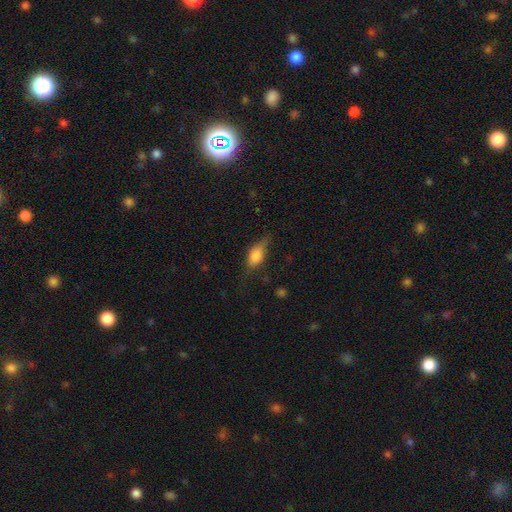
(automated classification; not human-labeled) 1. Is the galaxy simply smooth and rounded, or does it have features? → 72% smooth, 21% featured or disk, 8% star or artifact.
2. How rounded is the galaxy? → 79% in between, 15% cigar-shaped, 6% round.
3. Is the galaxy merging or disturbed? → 54% none, 33% minor disturbance, 12% major disturbance, 2% merger.